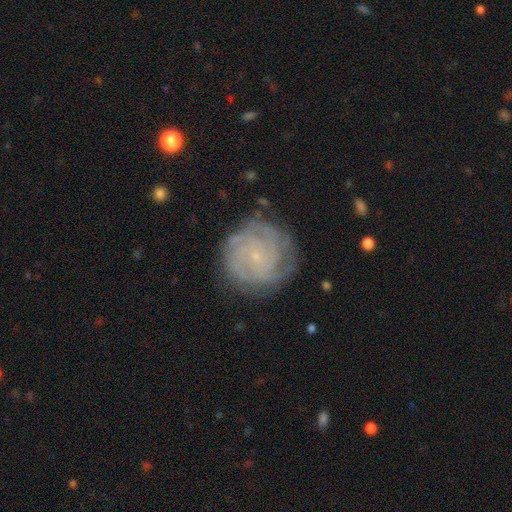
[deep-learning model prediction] Smooth or featured?
  - featured or disk: 78% *
  - smooth: 15%
  - star or artifact: 8%
Edge-on disk?
  - no: 98% *
  - yes: 2%
Bar?
  - no: 77% *
  - weak: 20%
  - strong: 4%
Spiral arms?
  - yes: 94% *
  - no: 6%
Spiral winding?
  - tight: 77% *
  - medium: 19%
  - loose: 4%
Spiral arm count?
  - can't tell: 34% *
  - 4: 20%
  - 3: 17%
  - 2: 14%
  - more than 4: 8%
  - 1: 7%
Bulge size?
  - small: 86% *
  - moderate: 7%
  - none: 5%
  - large: 1%
  - dominant: 1%
Merging?
  - none: 79% *
  - minor disturbance: 15%
  - major disturbance: 5%
  - merger: 1%